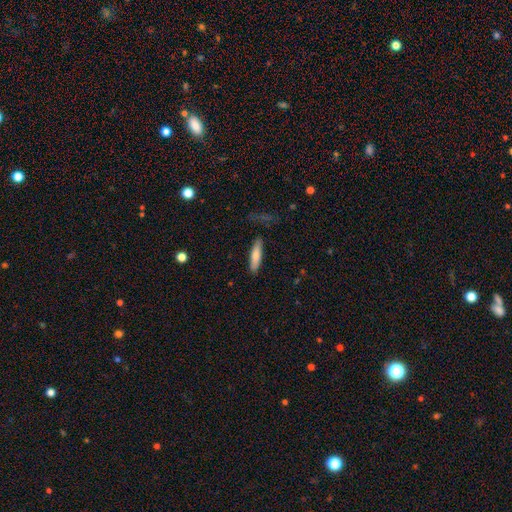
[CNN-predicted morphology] Smooth or featured?
  - smooth: 76% *
  - featured or disk: 18%
  - star or artifact: 6%
How rounded?
  - cigar-shaped: 74% *
  - in between: 25%
  - round: 2%
Merging?
  - none: 83% *
  - minor disturbance: 12%
  - major disturbance: 3%
  - merger: 2%